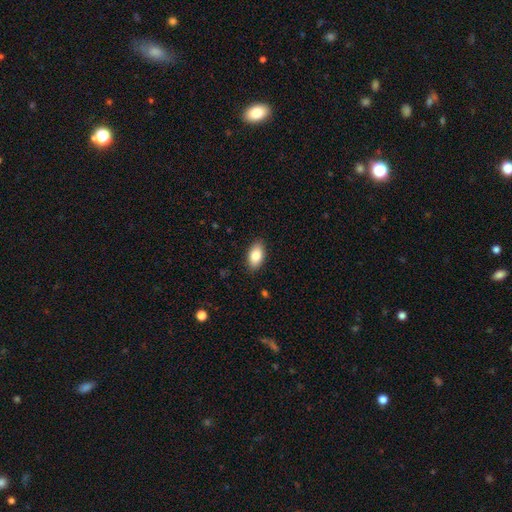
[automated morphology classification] Smooth or featured: smooth — 84% (featured or disk — 9%)
How rounded: in between — 92% (round — 6%)
Merging: none — 88% (minor disturbance — 9%)